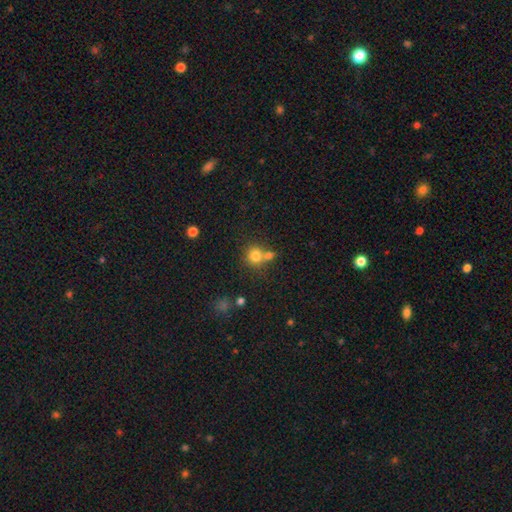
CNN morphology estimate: The model was most divided on "merging": none: 51%, merger: 37%, minor disturbance: 8%, major disturbance: 3%. More confident: how rounded — round (85%); smooth or featured — smooth (79%).